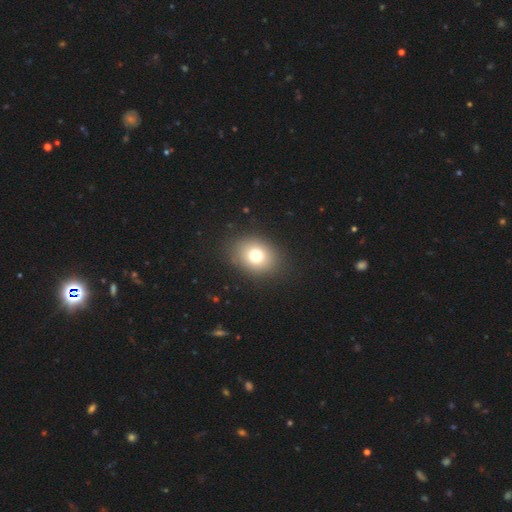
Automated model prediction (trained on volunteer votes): This appears to be a smooth galaxy with no disk features (75%) that is in between round and cigar-shaped (58%). Merging: none (88%).